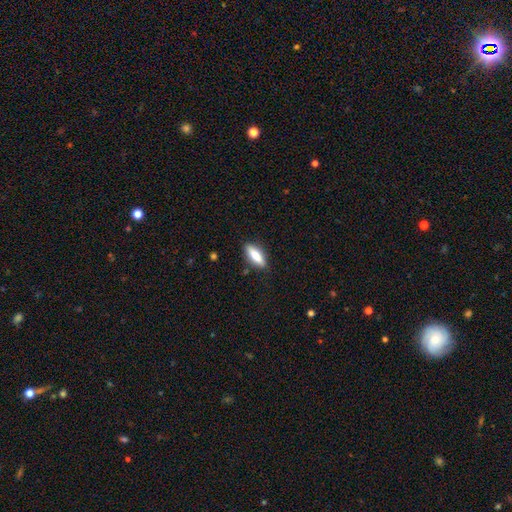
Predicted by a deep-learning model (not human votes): Q: Smooth or featured?
A: smooth (73%); runner-up: featured or disk (20%)
Q: How rounded?
A: in between (60%); runner-up: cigar-shaped (38%)
Q: Merging?
A: none (85%); runner-up: minor disturbance (11%)